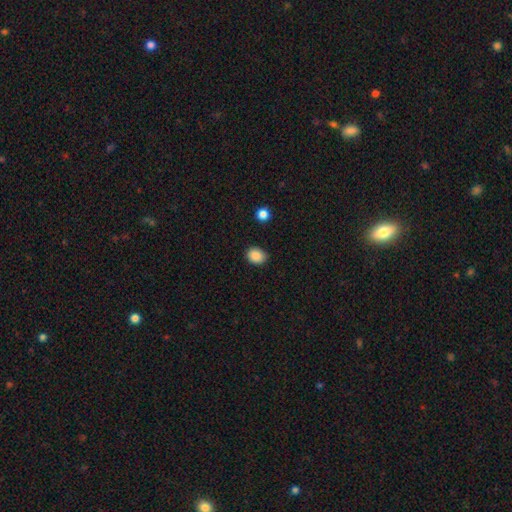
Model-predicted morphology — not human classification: smooth_or_featured: smooth (p=0.88) [alt: star or artifact p=0.09]
how_rounded: in between (p=0.50) [tied with: round p=0.50]
merging: none (p=0.86) [alt: minor disturbance p=0.11]